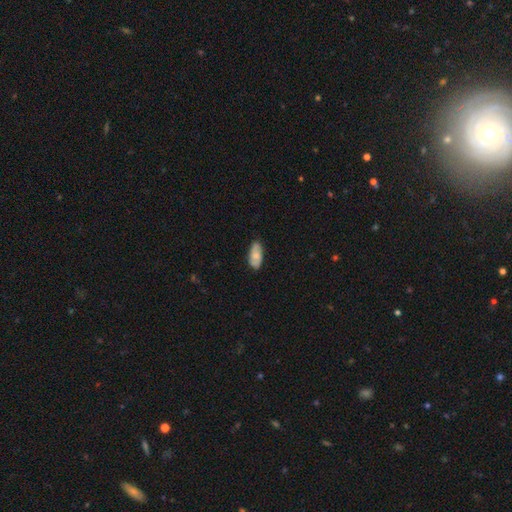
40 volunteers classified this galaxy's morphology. Smooth or featured? 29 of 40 (72%) said smooth. How rounded? 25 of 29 (86%) said in between. Merging? 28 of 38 (74%) said none.